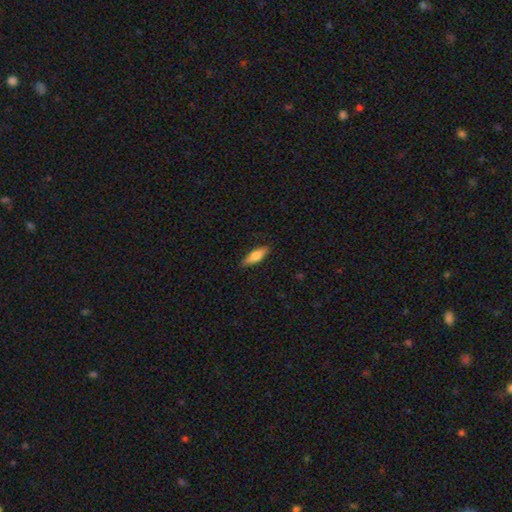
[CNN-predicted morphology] Smooth or featured? smooth (75%)
How rounded? in between (51%)
Merging? none (86%)